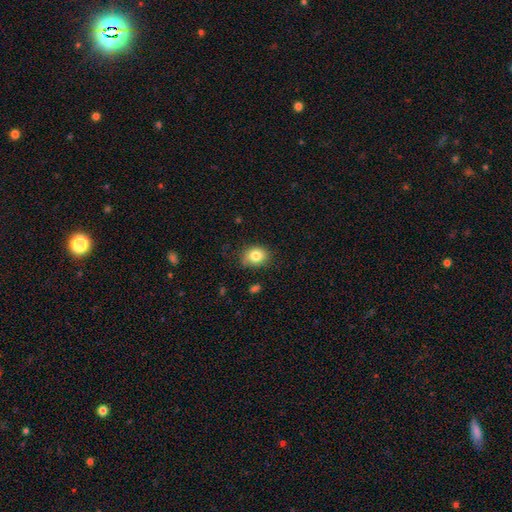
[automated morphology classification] Smooth or featured? smooth (82%)
How rounded? in between (53%)
Merging? none (80%)